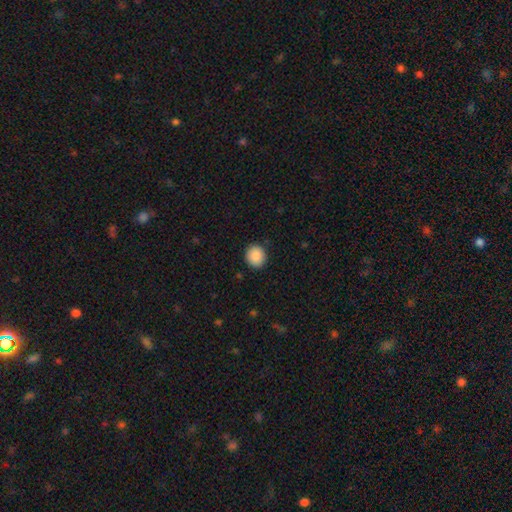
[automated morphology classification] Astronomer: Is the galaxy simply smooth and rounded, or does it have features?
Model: smooth — 89%.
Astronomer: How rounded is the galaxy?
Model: round — 82%.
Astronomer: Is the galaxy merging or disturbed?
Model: none — 90%.